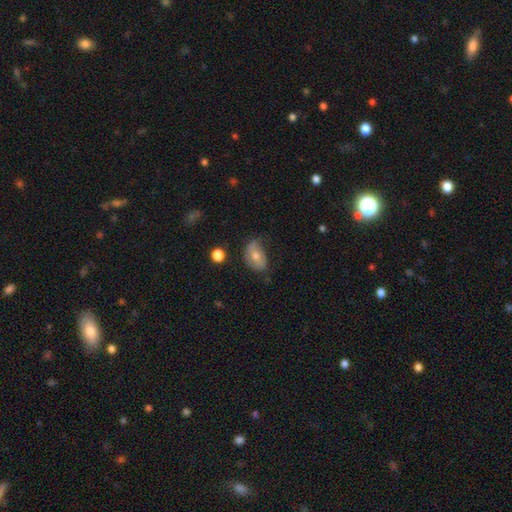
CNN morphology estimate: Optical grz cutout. It shows a smooth galaxy with no disk features (48%). Merging: none (53%).